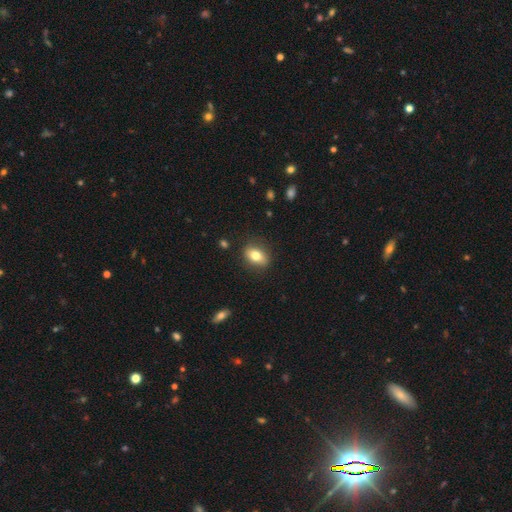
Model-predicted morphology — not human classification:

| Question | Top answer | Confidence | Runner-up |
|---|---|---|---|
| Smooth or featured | smooth | 77% | featured or disk (15%) |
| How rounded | in between | 79% | round (17%) |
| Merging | none | 84% | minor disturbance (12%) |